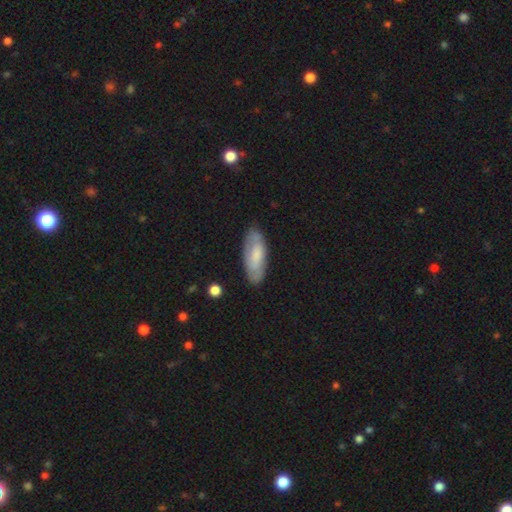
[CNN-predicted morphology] Smooth or featured? Predicted: smooth (p=0.63). How rounded? Predicted: in between (p=0.76). Merging? Predicted: none (p=0.80).